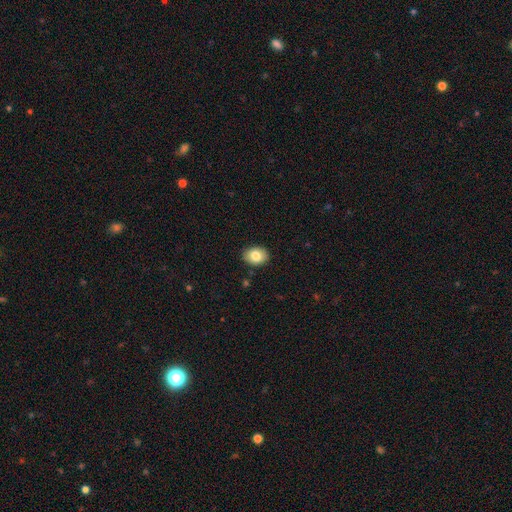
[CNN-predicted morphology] A smooth galaxy with no disk features (82%) that is in between round and cigar-shaped (67%). Merging: none (89%).